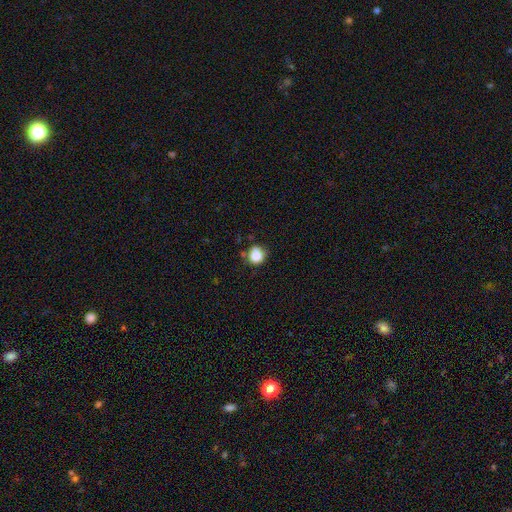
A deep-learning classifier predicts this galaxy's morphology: Smooth or featured: smooth — 83% (star or artifact — 10%)
How rounded: round — 84% (in between — 15%)
Merging: none — 63% (minor disturbance — 24%)